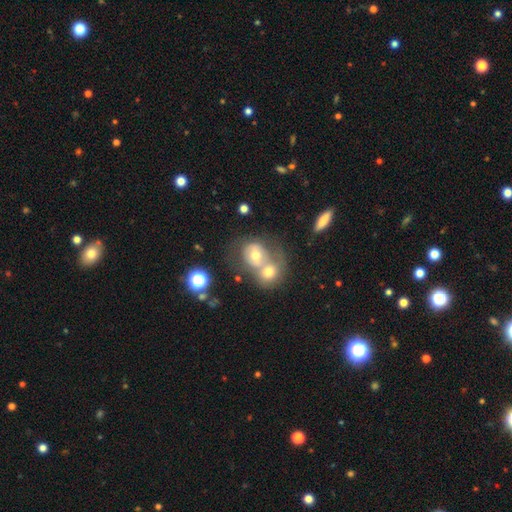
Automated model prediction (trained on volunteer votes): smooth 47%, featured or disk 39%, star or artifact 15%. Down the decision tree: merging — merger (67%).